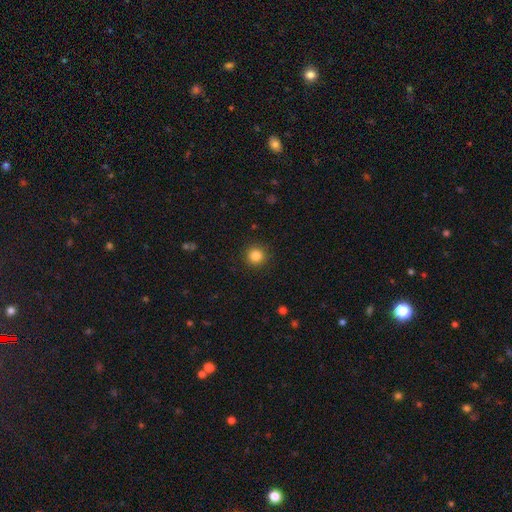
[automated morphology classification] Smooth or featured? smooth (84%)
How rounded? round (95%)
Merging? none (92%)